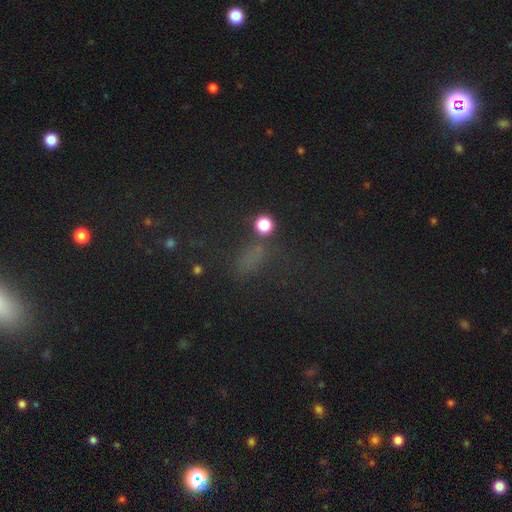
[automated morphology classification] This is possibly a star or artifact rather than a galaxy (47%).